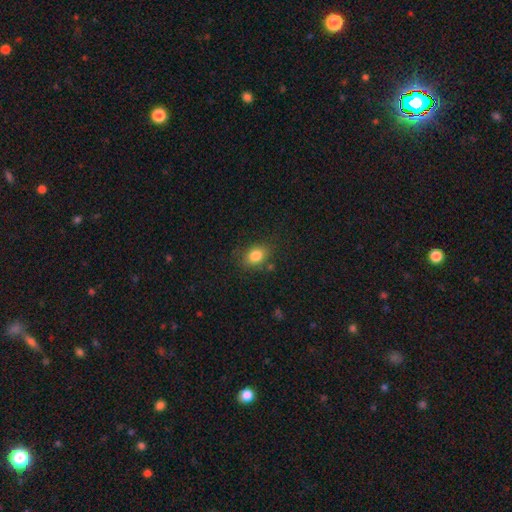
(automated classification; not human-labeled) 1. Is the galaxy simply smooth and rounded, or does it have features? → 83% smooth, 10% star or artifact, 8% featured or disk.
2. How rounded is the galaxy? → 65% in between, 33% round, 1% cigar-shaped.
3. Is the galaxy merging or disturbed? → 76% none, 16% minor disturbance, 4% major disturbance, 3% merger.